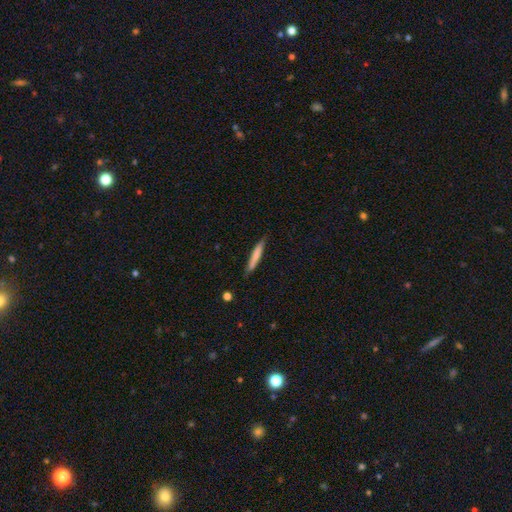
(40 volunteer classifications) Smooth or featured? 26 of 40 (65%) said smooth. How rounded? 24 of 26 (92%) said cigar-shaped. Merging? 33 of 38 (87%) said none.